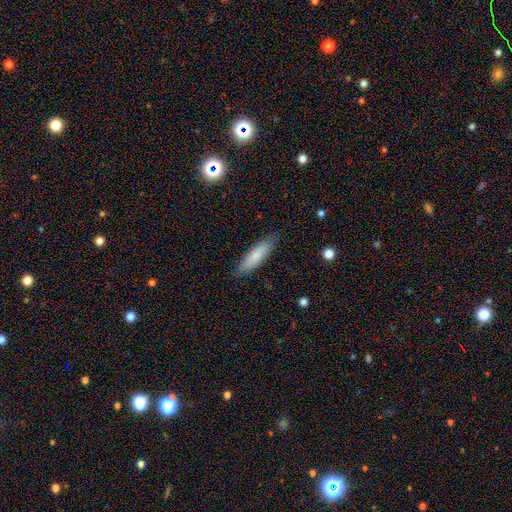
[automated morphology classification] smooth_or_featured: smooth (p=0.82) [alt: featured or disk p=0.13]
how_rounded: cigar-shaped (p=0.58) [alt: in between p=0.40]
merging: none (p=0.84) [alt: minor disturbance p=0.13]